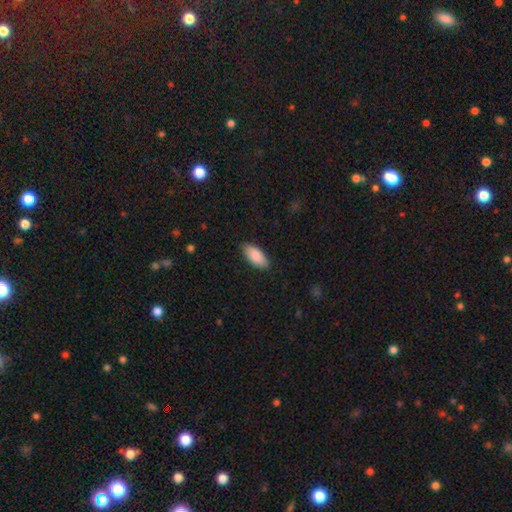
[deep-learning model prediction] Smooth or featured: smooth — 88% (featured or disk — 6%)
How rounded: in between — 90% (cigar-shaped — 9%)
Merging: none — 87% (minor disturbance — 10%)